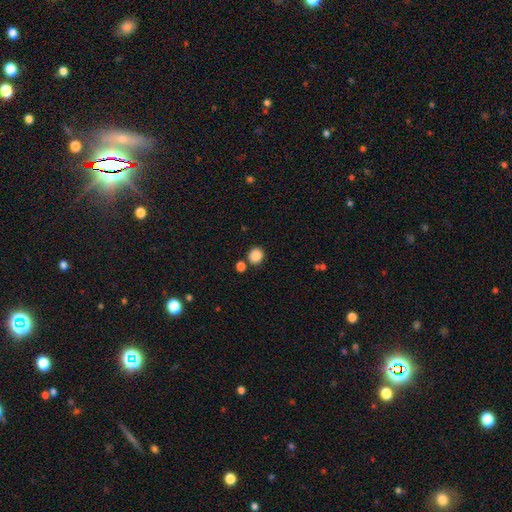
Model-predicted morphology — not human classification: Smooth or featured? Predicted: smooth (p=0.87). How rounded? Predicted: round (p=0.78). Merging? Predicted: none (p=0.78).